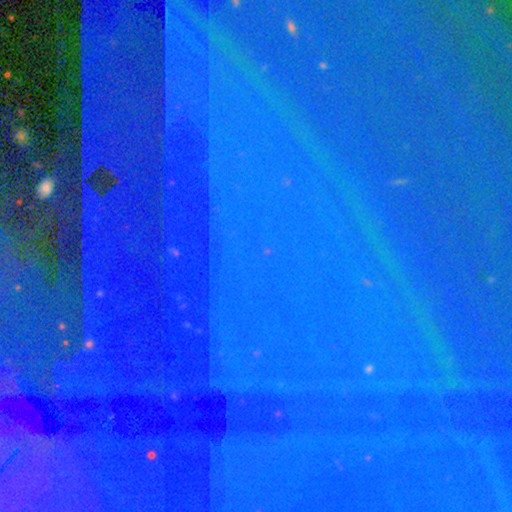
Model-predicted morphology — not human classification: A star or artifact, not a galaxy (85%).

Vote fractions:
- Smooth or featured? star or artifact: 85% / featured or disk: 8% / smooth: 7%